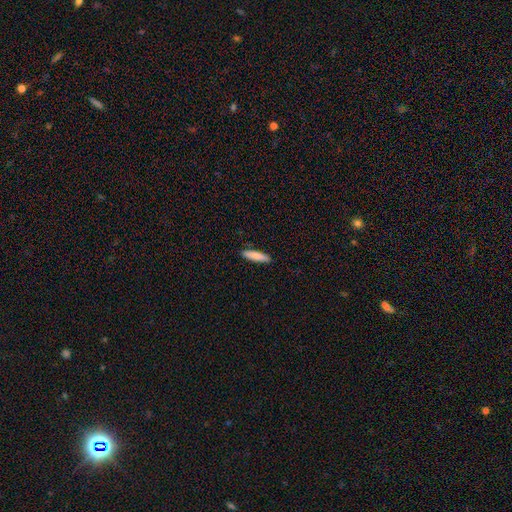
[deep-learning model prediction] Smooth or featured? smooth (82%)
How rounded? cigar-shaped (77%)
Merging? none (89%)